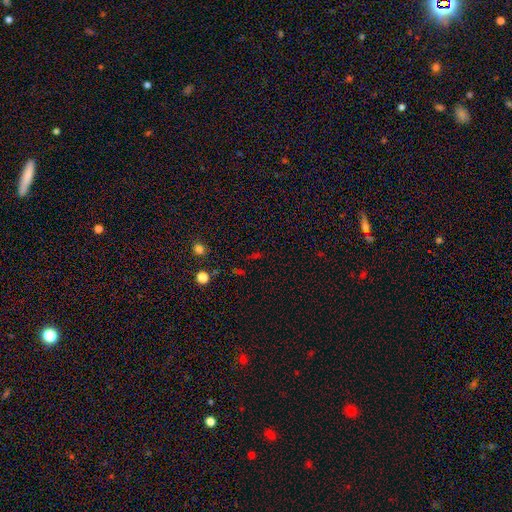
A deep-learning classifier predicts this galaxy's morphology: A star or artifact, not a galaxy (62%).

Vote fractions:
- Smooth or featured? star or artifact: 62% / smooth: 28% / featured or disk: 11%